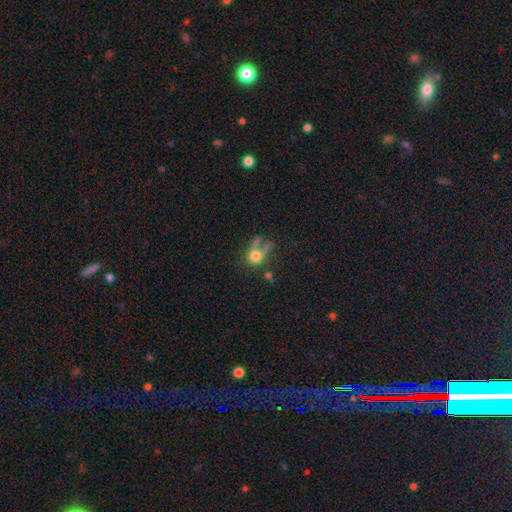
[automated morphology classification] Overall: smooth (70%). How rounded: round (71%). Merging: none (34%; merger 31%).